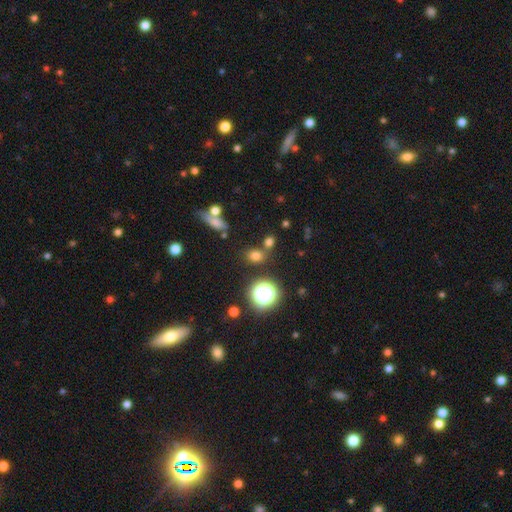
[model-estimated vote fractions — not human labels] A smooth galaxy with no disk features (70%) that is round (51%). Merging: none (71%).